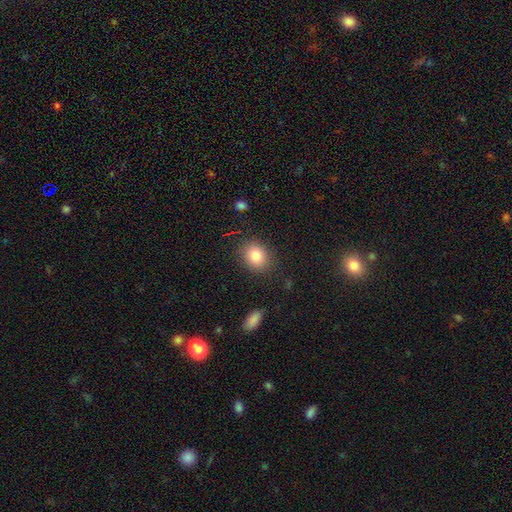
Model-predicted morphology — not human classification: The model was most divided on "how rounded": round: 55%, in between: 44%, cigar-shaped: 1%. More confident: merging — none (86%); smooth or featured — smooth (82%).